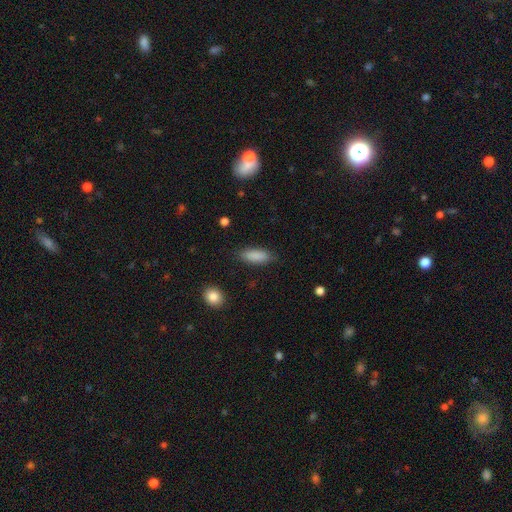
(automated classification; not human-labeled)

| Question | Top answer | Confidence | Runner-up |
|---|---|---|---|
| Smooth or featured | smooth | 88% | star or artifact (7%) |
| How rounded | in between | 72% | cigar-shaped (25%) |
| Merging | none | 85% | minor disturbance (11%) |